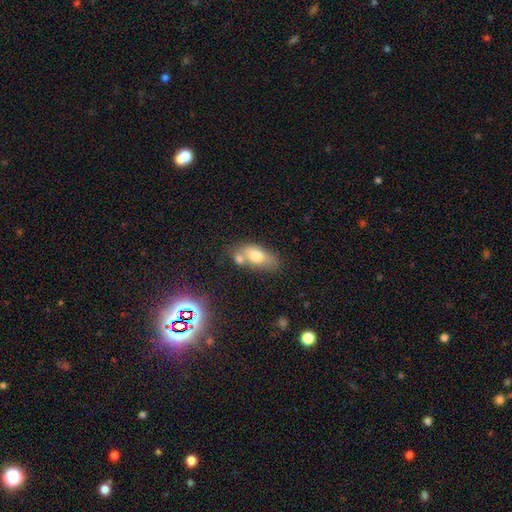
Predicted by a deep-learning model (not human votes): Q: Smooth or featured?
A: smooth (69%); runner-up: featured or disk (22%)
Q: How rounded?
A: in between (84%); runner-up: cigar-shaped (9%)
Q: Merging?
A: none (43%); runner-up: merger (34%)